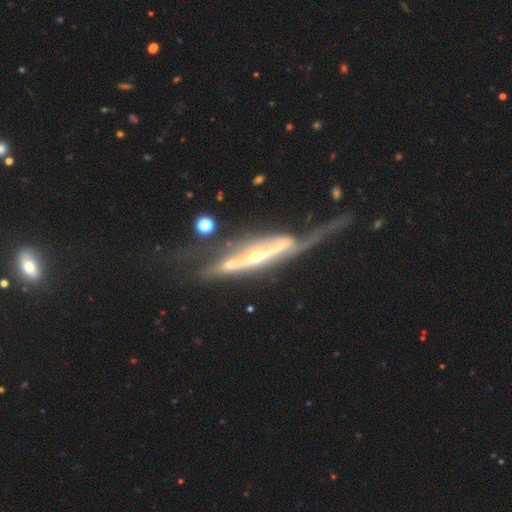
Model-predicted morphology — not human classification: Q: Smooth or featured?
A: featured or disk (84%); runner-up: smooth (9%)
Q: Edge-on disk?
A: yes (76%); runner-up: no (24%)
Q: Edge-on bulge?
A: rounded (67%); runner-up: none (21%)
Q: Merging?
A: none (38%); runner-up: major disturbance (26%)